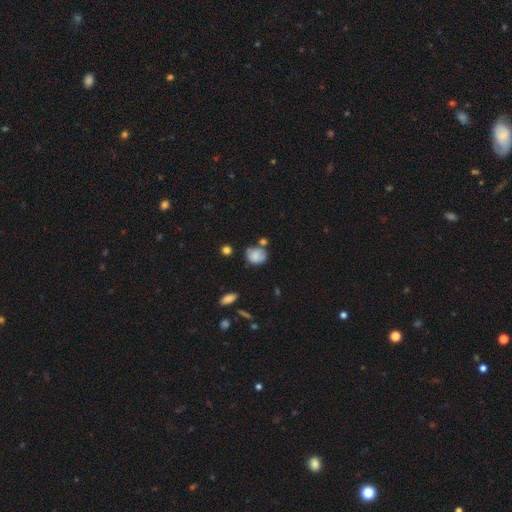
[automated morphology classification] Smooth or featured? Predicted: smooth (p=0.77). How rounded? Predicted: round (p=0.62). Merging? Predicted: none (p=0.54).